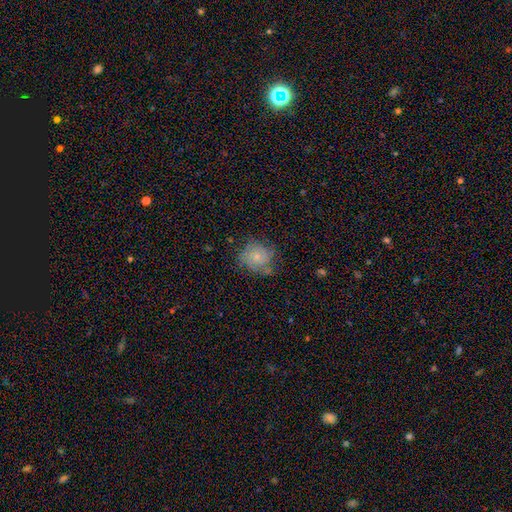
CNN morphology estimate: Q: Smooth or featured?
A: featured or disk (48%); runner-up: smooth (41%)
Q: Merging?
A: none (64%); runner-up: minor disturbance (24%)